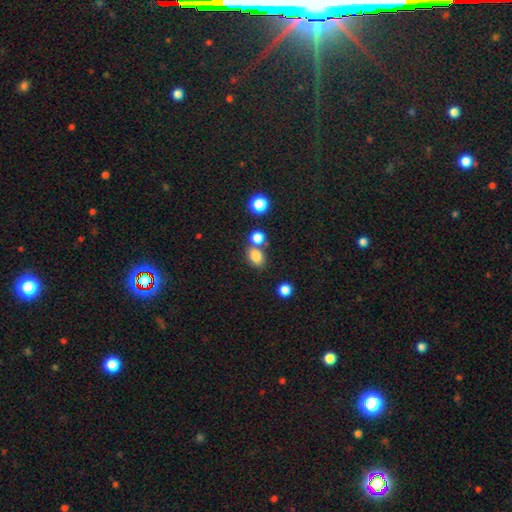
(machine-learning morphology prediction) The model was most divided on "how rounded": in between: 56%, round: 43%, cigar-shaped: 1%. More confident: smooth or featured — smooth (81%); merging — none (59%).